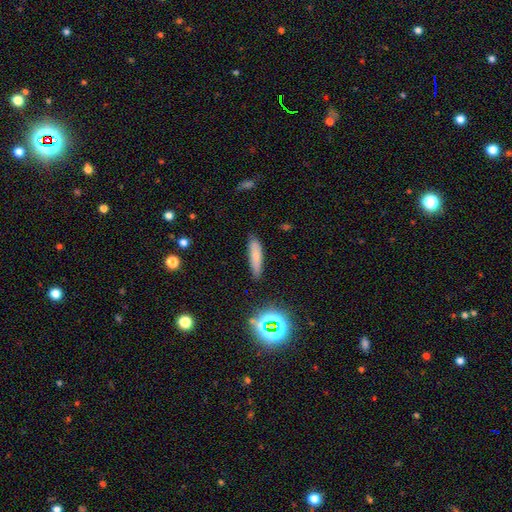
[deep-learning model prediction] A smooth galaxy with no disk features (74%) that is cigar-shaped (79%).

Vote fractions:
- Smooth or featured? smooth: 74% / featured or disk: 13% / star or artifact: 12%
- How rounded? cigar-shaped: 79% / in between: 19% / round: 2%
- Merging? none: 79% / minor disturbance: 15% / major disturbance: 3% / merger: 2%